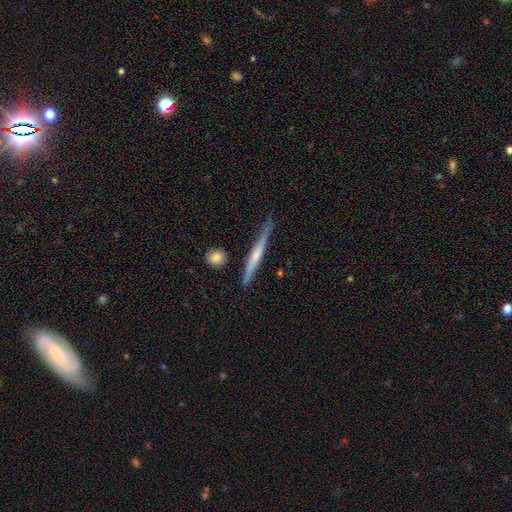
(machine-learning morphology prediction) smooth_or_featured: featured or disk (p=0.60) [alt: smooth p=0.35]
disk_edge_on: yes (p=0.96) [alt: no p=0.04]
edge_on_bulge: rounded (p=0.49) [alt: none p=0.40]
merging: none (p=0.79) [alt: minor disturbance p=0.15]